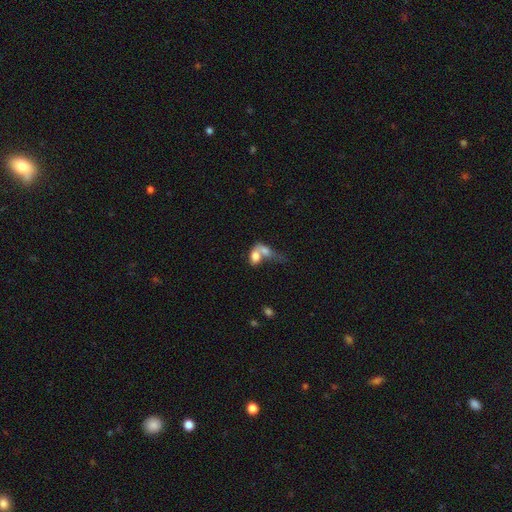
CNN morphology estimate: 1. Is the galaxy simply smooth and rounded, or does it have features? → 71% smooth, 21% featured or disk, 8% star or artifact.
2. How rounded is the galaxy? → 82% in between, 14% round, 5% cigar-shaped.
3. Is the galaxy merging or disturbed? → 71% merger, 14% none, 8% major disturbance, 6% minor disturbance.